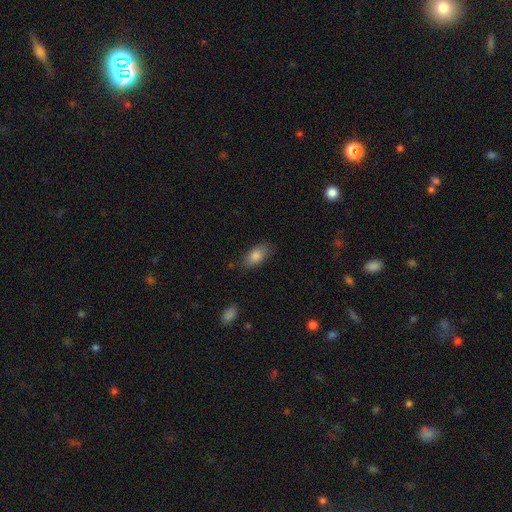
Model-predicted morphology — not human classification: Smooth or featured?
  - smooth: 83% *
  - featured or disk: 9%
  - star or artifact: 8%
How rounded?
  - in between: 90% *
  - cigar-shaped: 6%
  - round: 5%
Merging?
  - none: 80% *
  - minor disturbance: 15%
  - major disturbance: 3%
  - merger: 2%